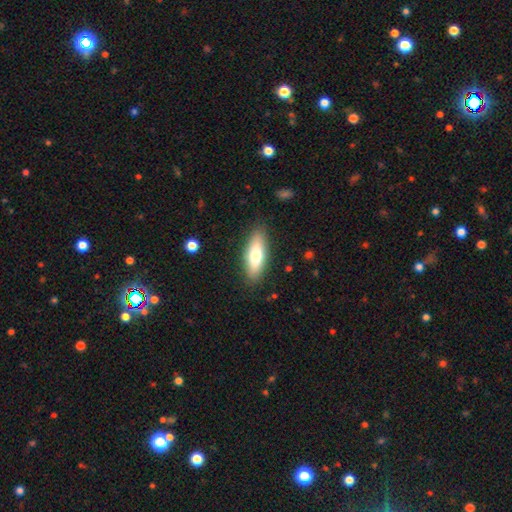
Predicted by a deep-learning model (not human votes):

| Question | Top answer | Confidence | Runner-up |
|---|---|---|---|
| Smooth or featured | smooth | 69% | featured or disk (25%) |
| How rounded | in between | 59% | cigar-shaped (39%) |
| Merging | none | 87% | minor disturbance (10%) |